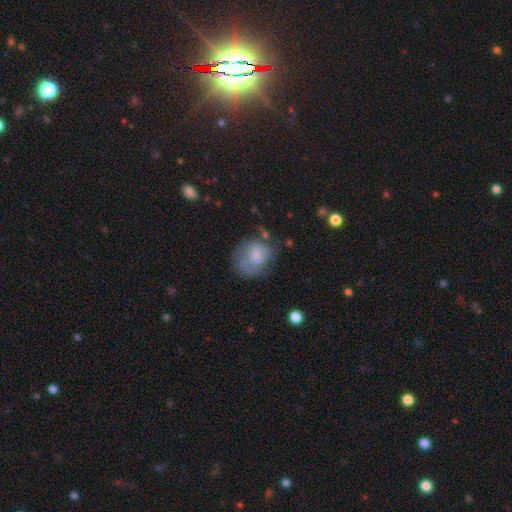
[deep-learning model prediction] Smooth or featured? Predicted: featured or disk (p=0.48). Merging? Predicted: none (p=0.48).